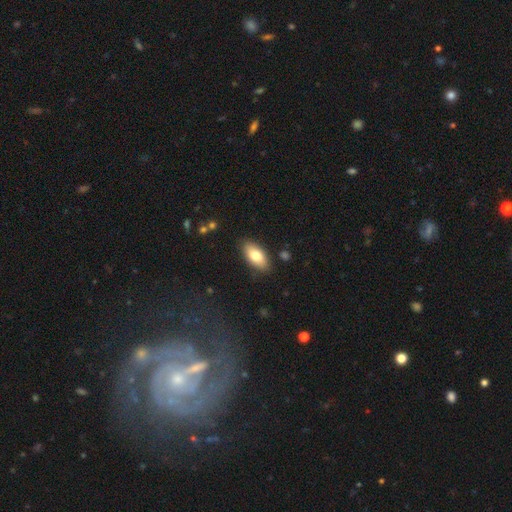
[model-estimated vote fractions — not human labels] A smooth galaxy with no disk features (78%) that is in between round and cigar-shaped (91%).

Vote fractions:
- Smooth or featured? smooth: 78% / featured or disk: 16% / star or artifact: 6%
- How rounded? in between: 91% / cigar-shaped: 7% / round: 3%
- Merging? none: 86% / minor disturbance: 10% / major disturbance: 2% / merger: 1%